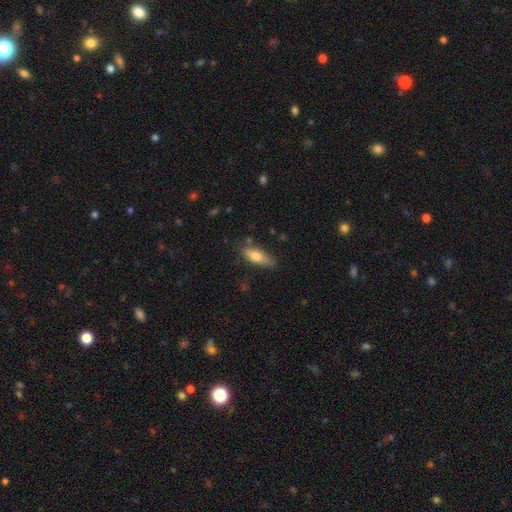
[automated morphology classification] The model was most divided on "how rounded": in between: 66%, cigar-shaped: 32%, round: 2%. More confident: smooth or featured — smooth (72%); merging — none (71%).